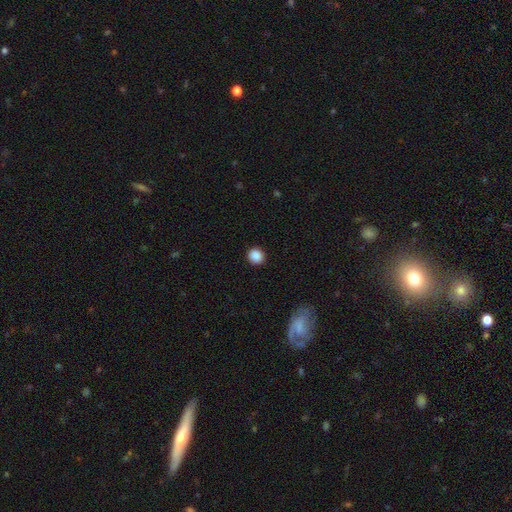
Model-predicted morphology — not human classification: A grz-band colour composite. It shows a smooth galaxy with no disk features (88%) that is round (90%). Merging: none (92%).